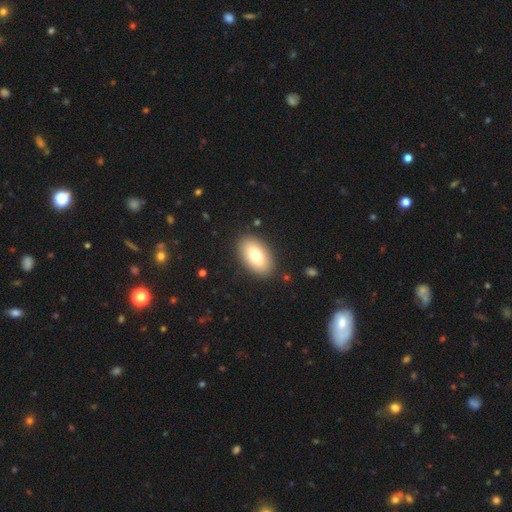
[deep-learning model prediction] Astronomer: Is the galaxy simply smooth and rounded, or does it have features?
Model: smooth — 76%.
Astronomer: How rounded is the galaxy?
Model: in between — 93%.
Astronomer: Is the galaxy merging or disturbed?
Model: none — 88%.